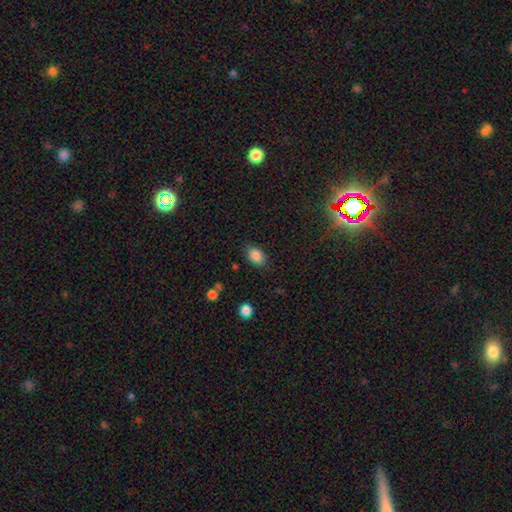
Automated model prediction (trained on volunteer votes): Q: Smooth or featured?
A: smooth (86%); runner-up: star or artifact (9%)
Q: How rounded?
A: in between (78%); runner-up: round (21%)
Q: Merging?
A: none (82%); runner-up: minor disturbance (13%)